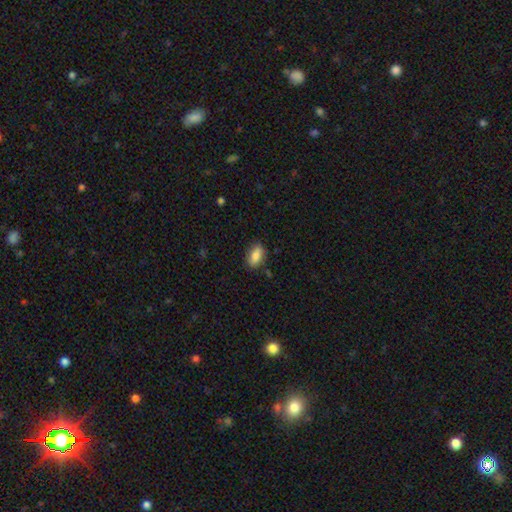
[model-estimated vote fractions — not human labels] Smooth or featured?
  - smooth: 84% *
  - featured or disk: 8%
  - star or artifact: 7%
How rounded?
  - in between: 89% *
  - round: 6%
  - cigar-shaped: 5%
Merging?
  - none: 82% *
  - minor disturbance: 13%
  - major disturbance: 3%
  - merger: 2%